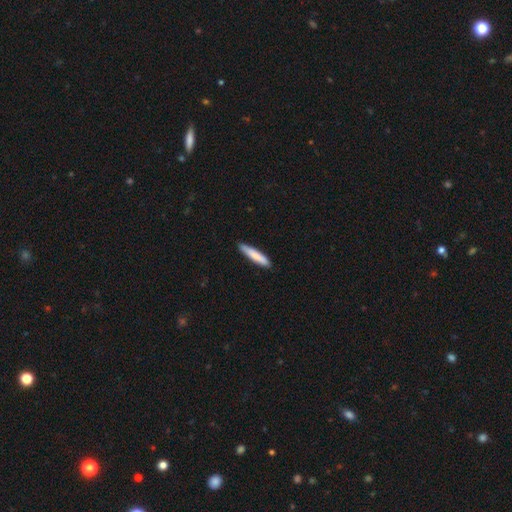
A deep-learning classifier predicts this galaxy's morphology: This is clearly a smooth galaxy (80%). How rounded: clearly cigar-shaped (90%). Merging: clearly none (88%).